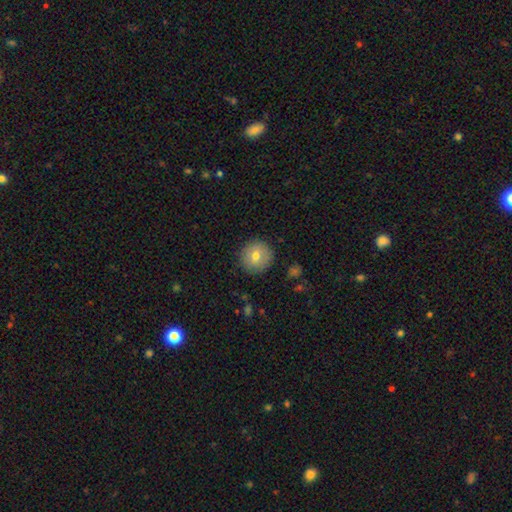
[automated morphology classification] smooth_or_featured: smooth (p=0.73) [alt: featured or disk p=0.19]
how_rounded: round (p=0.93) [alt: in between p=0.06]
merging: none (p=0.88) [alt: minor disturbance p=0.08]